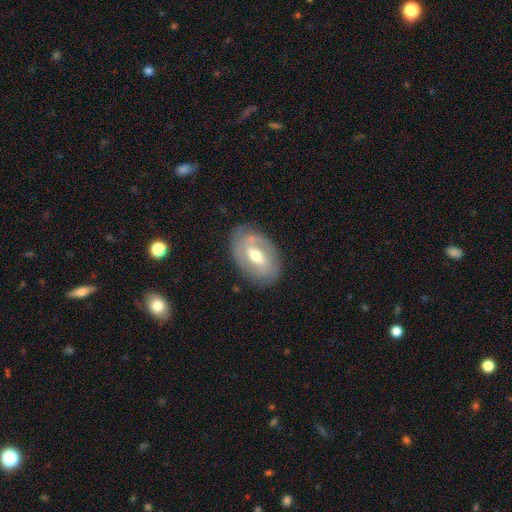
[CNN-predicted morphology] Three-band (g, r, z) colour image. It shows a featured or disk galaxy (70%) with a weak bar (48%), spiral arms (75%) and a moderate central bulge (72%). Merging: none (78%).